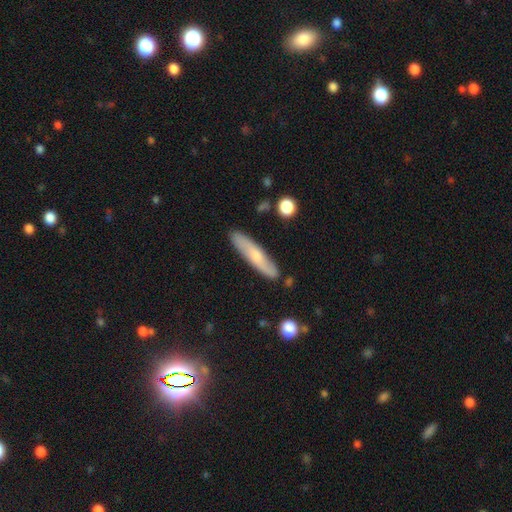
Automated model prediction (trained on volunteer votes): smooth 54%, featured or disk 40%, star or artifact 6%. Down the decision tree: how rounded — cigar-shaped (84%); merging — none (85%).